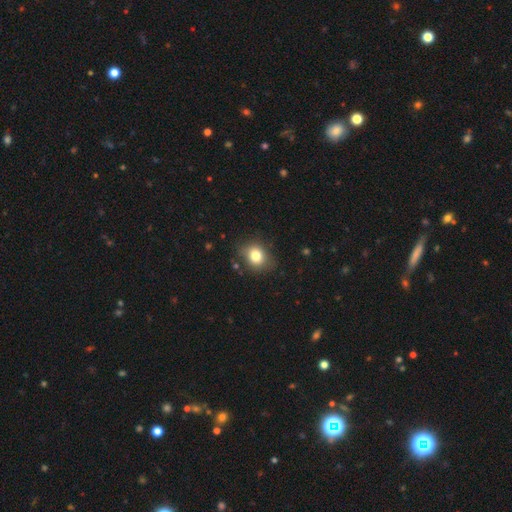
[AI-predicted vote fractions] Smooth or featured?
  - smooth: 80% *
  - star or artifact: 11%
  - featured or disk: 10%
How rounded?
  - round: 58% *
  - in between: 41%
  - cigar-shaped: 1%
Merging?
  - none: 80% *
  - minor disturbance: 15%
  - major disturbance: 4%
  - merger: 2%